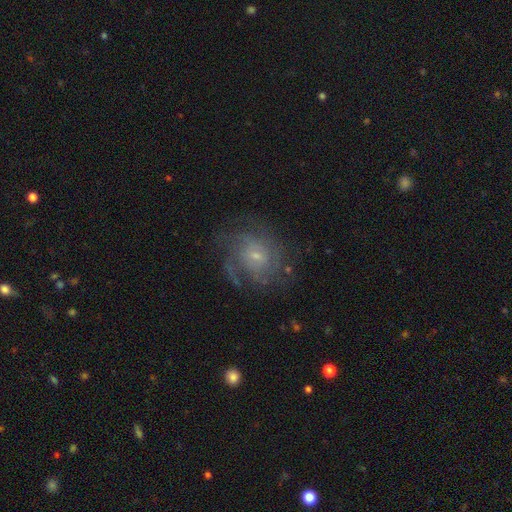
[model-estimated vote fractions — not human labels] This appears to be a featured or disk galaxy (74%) with no bar (66%), tight (48%) spiral arms (90%) and a small central bulge (71%). Merging: none (69%).